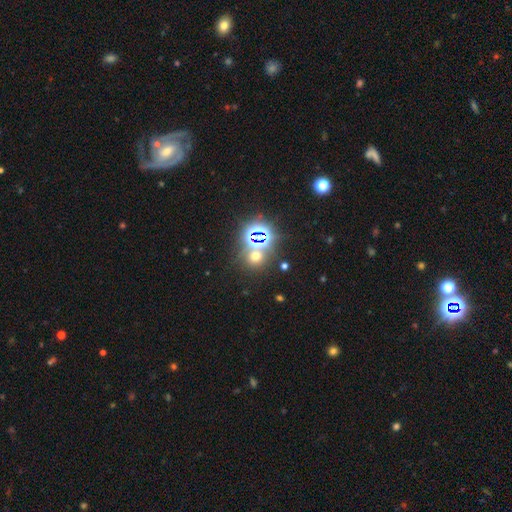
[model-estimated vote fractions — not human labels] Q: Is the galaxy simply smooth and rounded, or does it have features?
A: star or artifact — 53%.